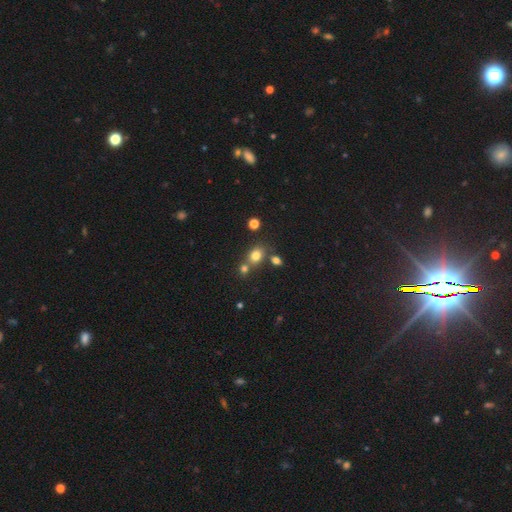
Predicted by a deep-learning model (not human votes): smooth 77%, star or artifact 15%, featured or disk 8%. Down the decision tree: how rounded — round (50%); merging — none (58%).